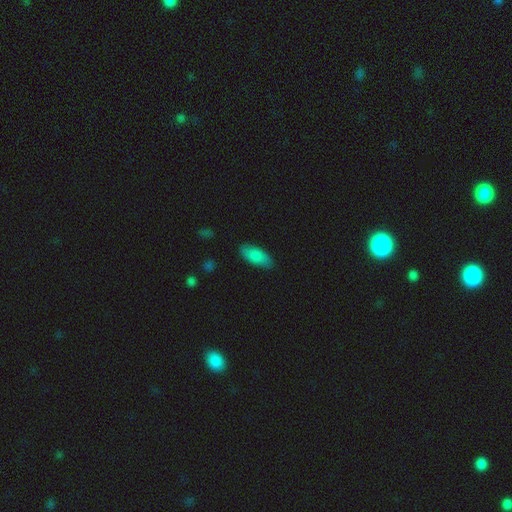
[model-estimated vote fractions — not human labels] Smooth or featured? smooth (85%)
How rounded? in between (86%)
Merging? none (84%)